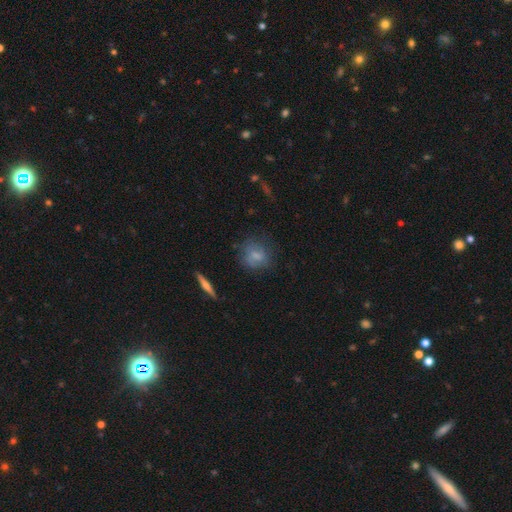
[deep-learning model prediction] Overall: smooth (62%; featured or disk 29%). How rounded: round (68%; in between 29%). Merging: none (65%).